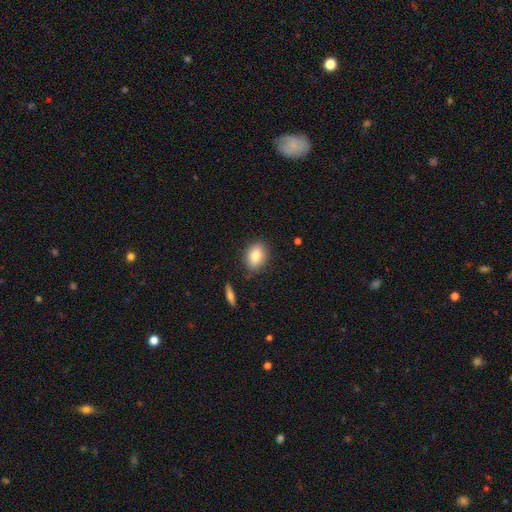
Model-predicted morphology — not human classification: Overall: smooth (81%). How rounded: in between (70%). Merging: none (84%).